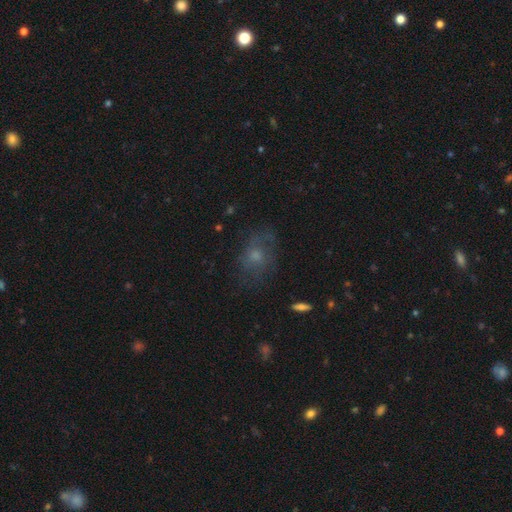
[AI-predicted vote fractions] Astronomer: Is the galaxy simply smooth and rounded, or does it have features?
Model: featured or disk — 43% (runner-up: smooth, 41%).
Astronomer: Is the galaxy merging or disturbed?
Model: none — 62%.